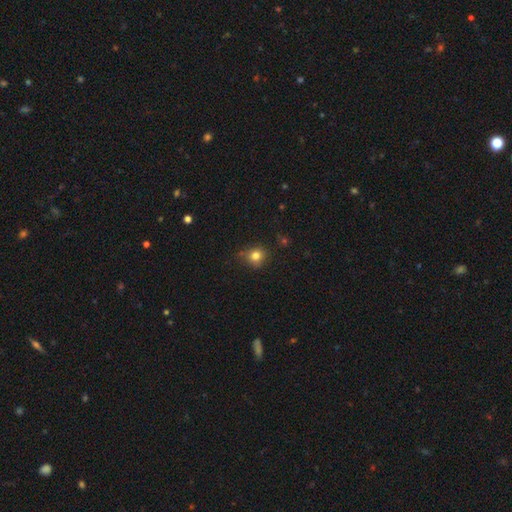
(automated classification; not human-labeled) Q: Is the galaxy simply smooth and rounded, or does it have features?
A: smooth — 80%.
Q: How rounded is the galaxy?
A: round — 85%.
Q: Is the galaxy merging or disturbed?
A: none — 73%.